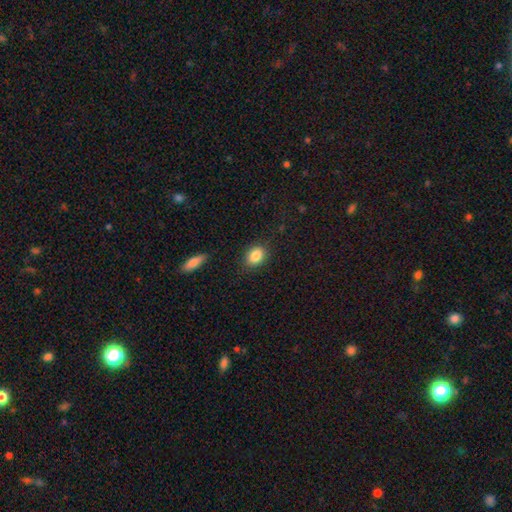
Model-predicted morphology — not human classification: This is clearly a smooth galaxy (85%). How rounded: likely in between (63%). Merging: clearly none (85%).